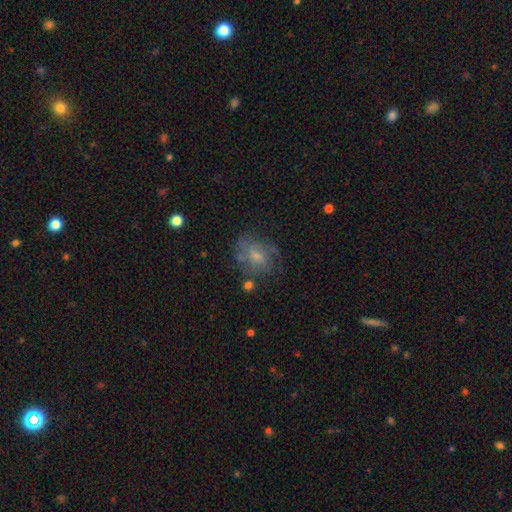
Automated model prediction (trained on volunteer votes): Q: Smooth or featured?
A: smooth (44%); runner-up: featured or disk (41%)
Q: Merging?
A: none (61%); runner-up: minor disturbance (22%)